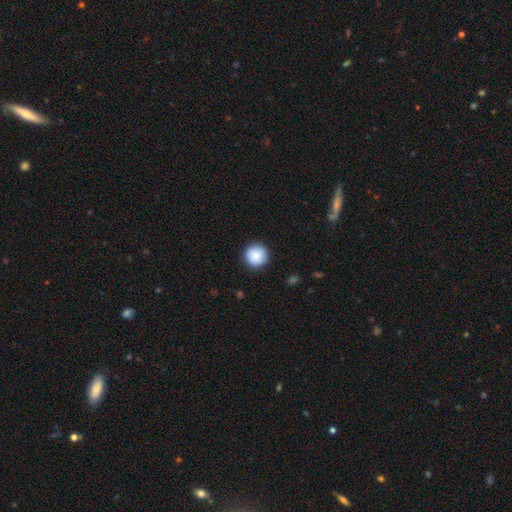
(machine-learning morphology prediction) smooth-or-featured: smooth: 86% | star or artifact: 7% | featured or disk: 6%
  how-rounded: round: 96% | in between: 3% | cigar-shaped: 1%
  merging: none: 89% | minor disturbance: 8% | major disturbance: 2% | merger: 1%